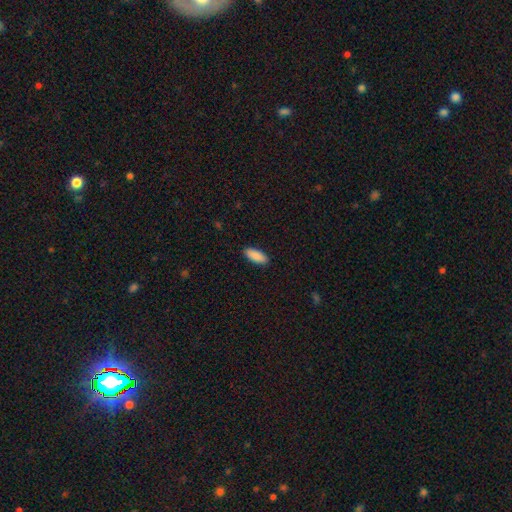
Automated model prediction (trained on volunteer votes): Smooth or featured: smooth — 91% (star or artifact — 6%)
How rounded: in between — 83% (cigar-shaped — 16%)
Merging: none — 90% (minor disturbance — 7%)